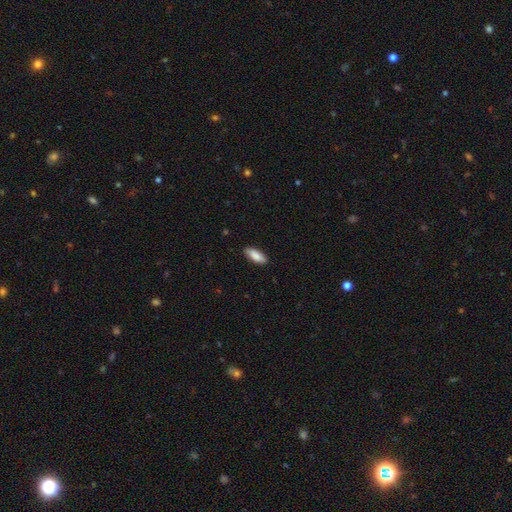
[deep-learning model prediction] smooth-or-featured: smooth: 88% | featured or disk: 6% | star or artifact: 6%
  how-rounded: in between: 73% | cigar-shaped: 26% | round: 2%
  merging: none: 87% | minor disturbance: 10% | major disturbance: 2% | merger: 1%